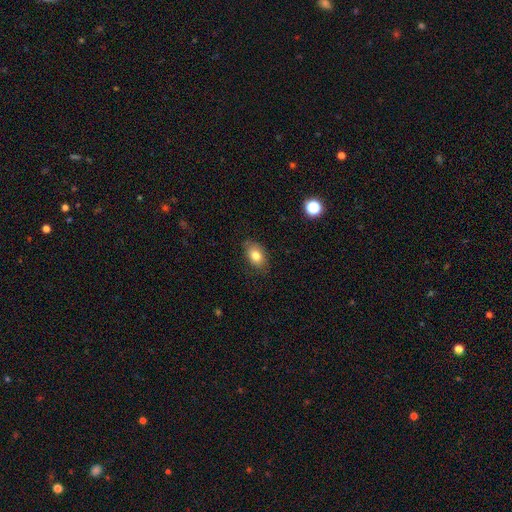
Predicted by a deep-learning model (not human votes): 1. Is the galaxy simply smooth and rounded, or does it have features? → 81% smooth, 11% featured or disk, 9% star or artifact.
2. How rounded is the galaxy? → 85% in between, 14% round, 2% cigar-shaped.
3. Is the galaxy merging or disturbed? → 80% none, 15% minor disturbance, 3% major disturbance, 1% merger.